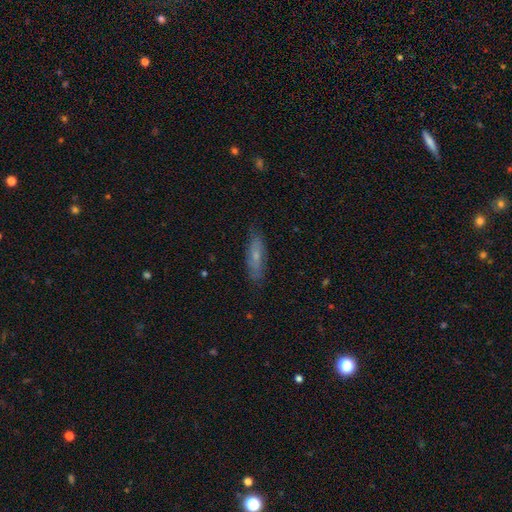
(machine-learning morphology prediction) Smooth or featured? Predicted: smooth (p=0.56). How rounded? Predicted: cigar-shaped (p=0.57). Merging? Predicted: none (p=0.81).